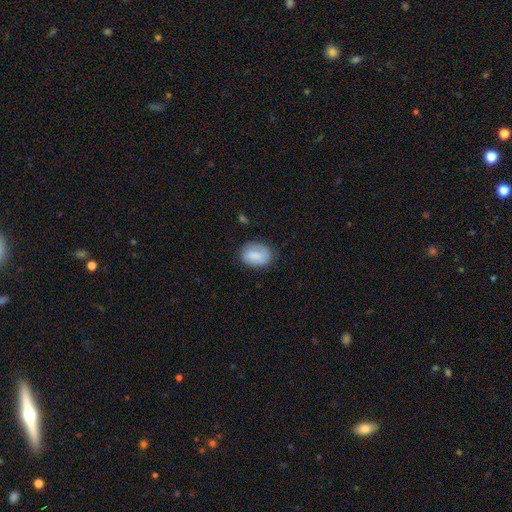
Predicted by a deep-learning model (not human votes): Smooth or featured: smooth — 74% (featured or disk — 19%)
How rounded: in between — 79% (round — 20%)
Merging: none — 71% (minor disturbance — 22%)